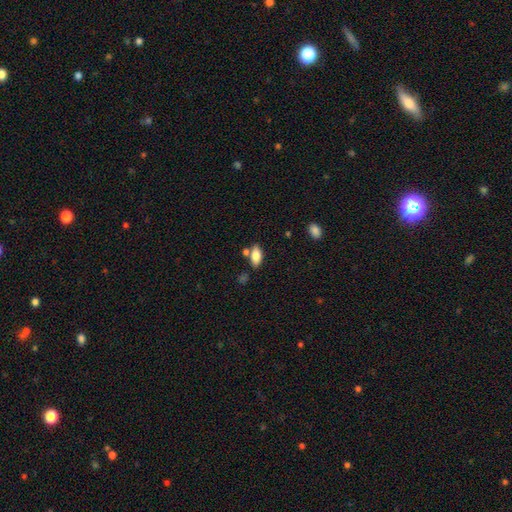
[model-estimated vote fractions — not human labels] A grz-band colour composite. It shows a smooth galaxy with no disk features (79%) that is in between round and cigar-shaped (89%). Merging: none (70%).